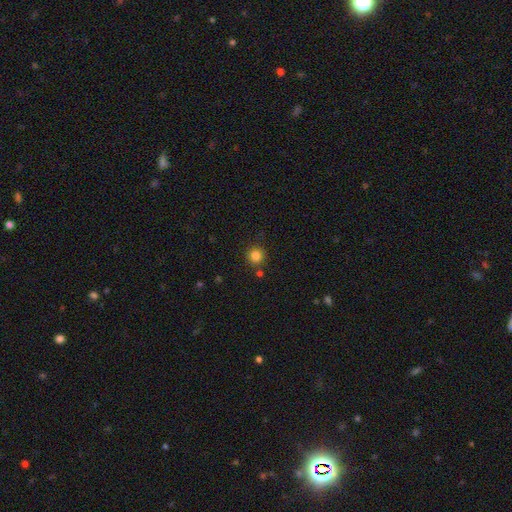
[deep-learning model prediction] smooth_or_featured: smooth (p=0.83) [alt: star or artifact p=0.12]
how_rounded: round (p=0.93) [alt: in between p=0.06]
merging: none (p=0.83) [alt: minor disturbance p=0.08]